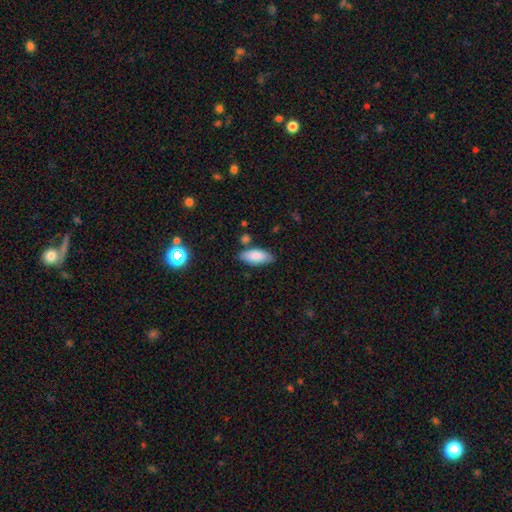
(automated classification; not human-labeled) A smooth galaxy with no disk features (83%) that is in between round and cigar-shaped (83%). Merging: none (76%).